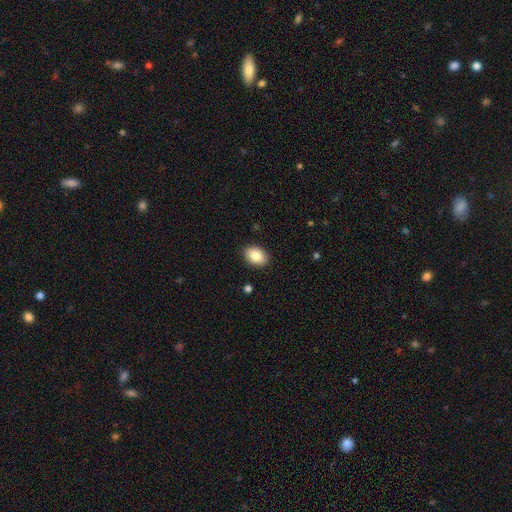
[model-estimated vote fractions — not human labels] Overall: smooth (86%). How rounded: in between (81%). Merging: none (88%).